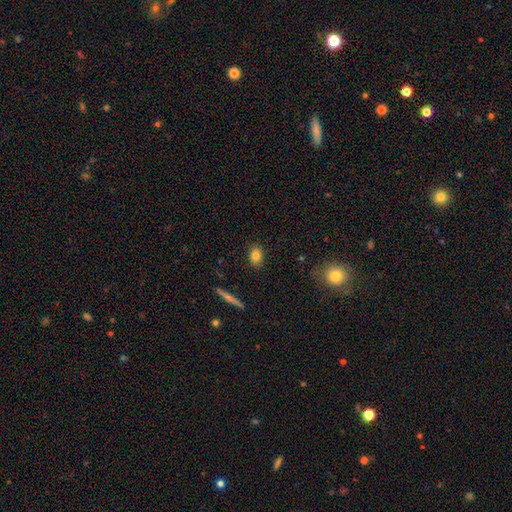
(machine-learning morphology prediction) The model was most divided on "how rounded": in between: 75%, round: 22%, cigar-shaped: 3%. More confident: merging — none (88%); smooth or featured — smooth (80%).